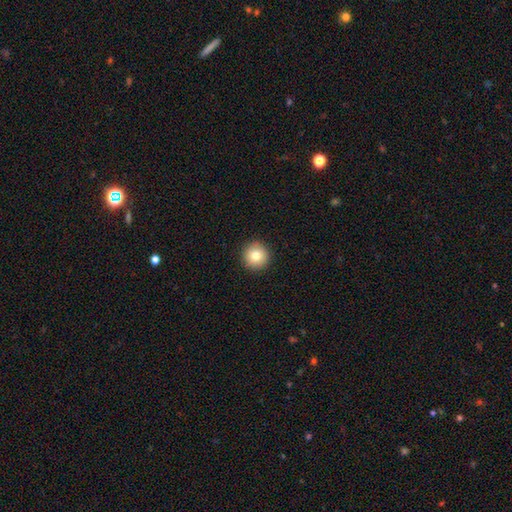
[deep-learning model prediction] Morphology: type=smooth (78%); roundness=round (95%); merging=none (92%).